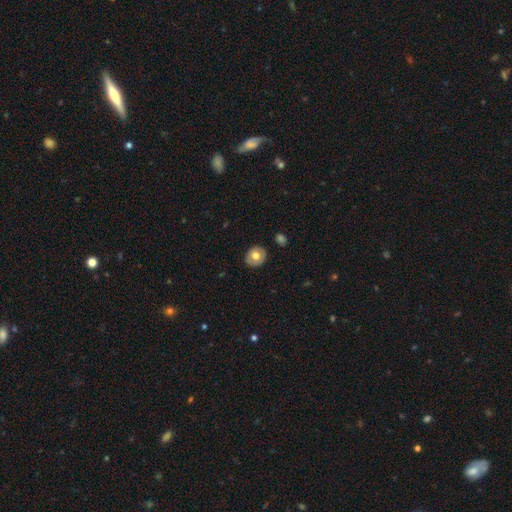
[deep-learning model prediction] Smooth or featured: smooth — 63% (featured or disk — 30%)
How rounded: round — 66% (in between — 33%)
Merging: none — 87% (minor disturbance — 9%)